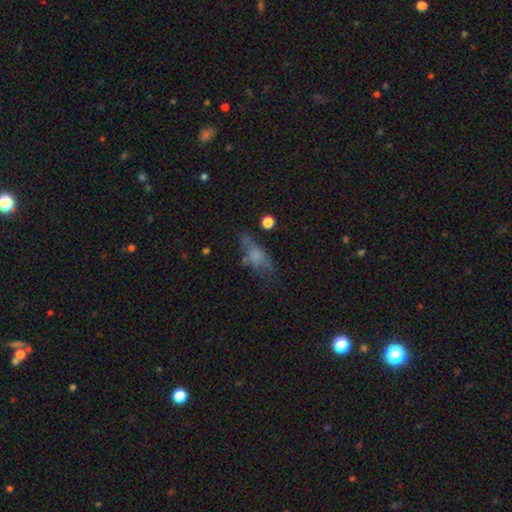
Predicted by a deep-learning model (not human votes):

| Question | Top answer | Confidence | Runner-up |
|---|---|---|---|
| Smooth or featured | smooth | 58% | featured or disk (29%) |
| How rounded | in between | 69% | cigar-shaped (24%) |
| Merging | none | 47% | minor disturbance (27%) |